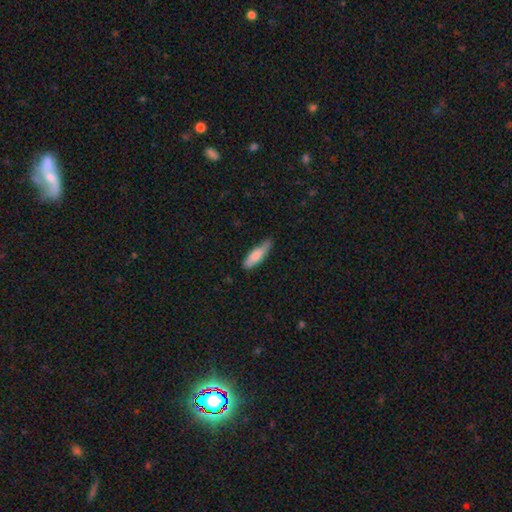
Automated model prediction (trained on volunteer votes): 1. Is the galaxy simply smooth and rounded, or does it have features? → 76% smooth, 18% featured or disk, 6% star or artifact.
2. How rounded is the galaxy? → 56% cigar-shaped, 42% in between, 2% round.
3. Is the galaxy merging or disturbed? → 62% none, 31% minor disturbance, 5% major disturbance, 2% merger.